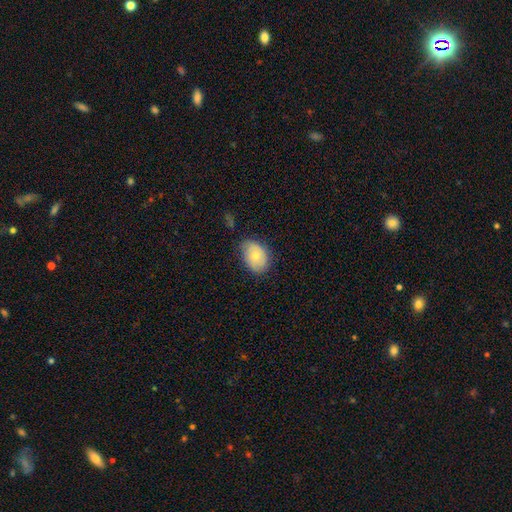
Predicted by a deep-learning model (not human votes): Smooth or featured? Predicted: smooth (p=0.73). How rounded? Predicted: in between (p=0.79). Merging? Predicted: none (p=0.67).